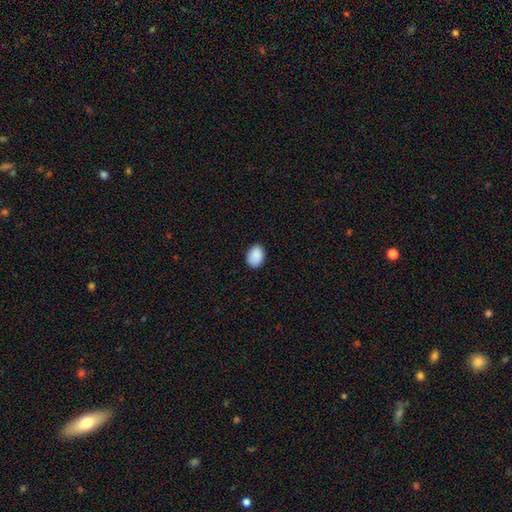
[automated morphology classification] Q: Smooth or featured?
A: smooth (90%); runner-up: star or artifact (7%)
Q: How rounded?
A: in between (74%); runner-up: round (25%)
Q: Merging?
A: none (87%); runner-up: minor disturbance (10%)